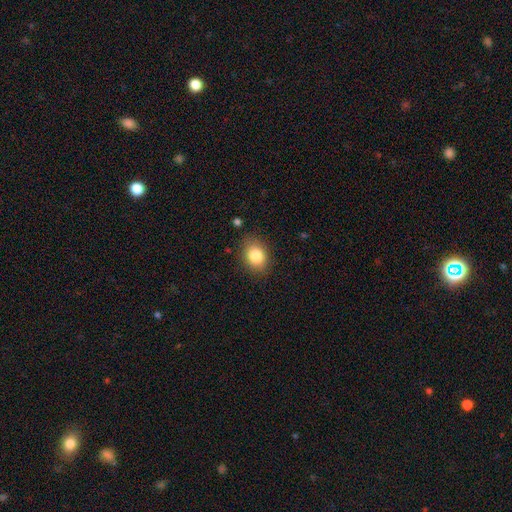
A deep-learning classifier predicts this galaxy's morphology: Q: Smooth or featured?
A: smooth (83%); runner-up: star or artifact (9%)
Q: How rounded?
A: in between (65%); runner-up: round (34%)
Q: Merging?
A: none (84%); runner-up: minor disturbance (12%)